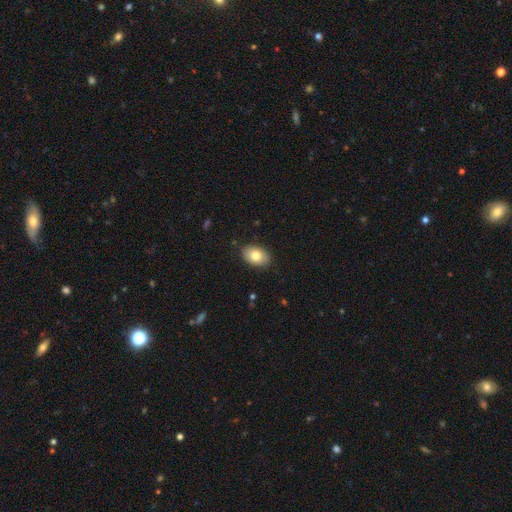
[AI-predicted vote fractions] The model was most divided on "smooth or featured": smooth: 80%, featured or disk: 12%, star or artifact: 7%. More confident: merging — none (88%); how rounded — in between (87%).